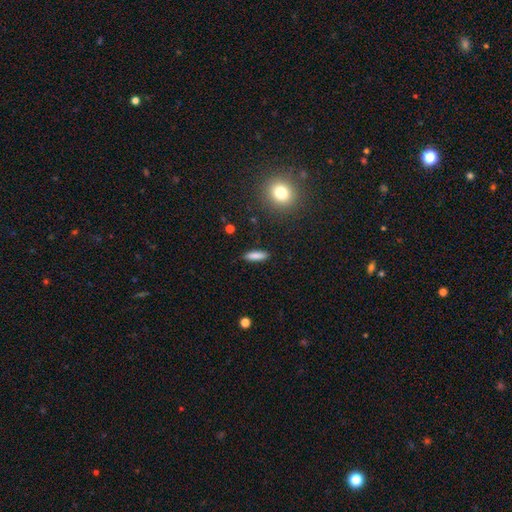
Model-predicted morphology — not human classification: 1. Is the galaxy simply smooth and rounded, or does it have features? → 83% smooth, 8% featured or disk, 8% star or artifact.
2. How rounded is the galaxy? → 66% cigar-shaped, 32% in between, 2% round.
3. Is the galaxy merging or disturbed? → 87% none, 9% minor disturbance, 2% major disturbance, 1% merger.